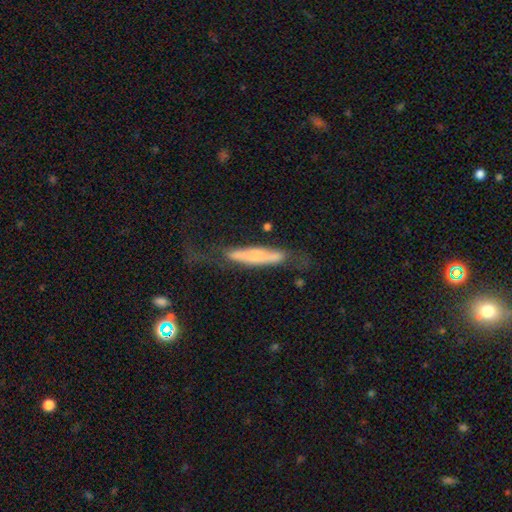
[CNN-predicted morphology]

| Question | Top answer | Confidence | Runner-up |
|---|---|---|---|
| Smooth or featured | smooth | 50% | featured or disk (43%) |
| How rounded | cigar-shaped | 86% | in between (12%) |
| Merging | none | 45% | minor disturbance (27%) |